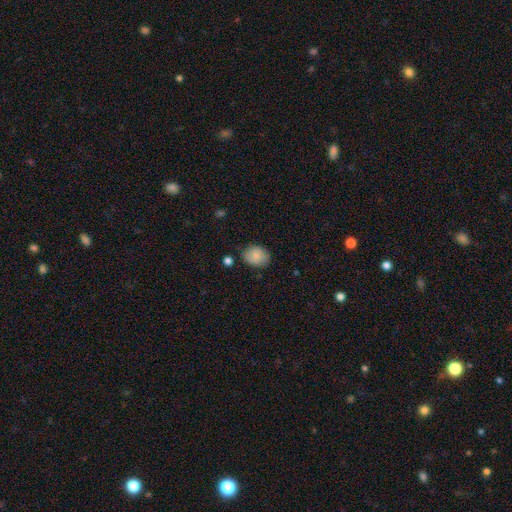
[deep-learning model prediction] Morphology: type=smooth (82%); roundness=in between (59%); merging=none (73%).